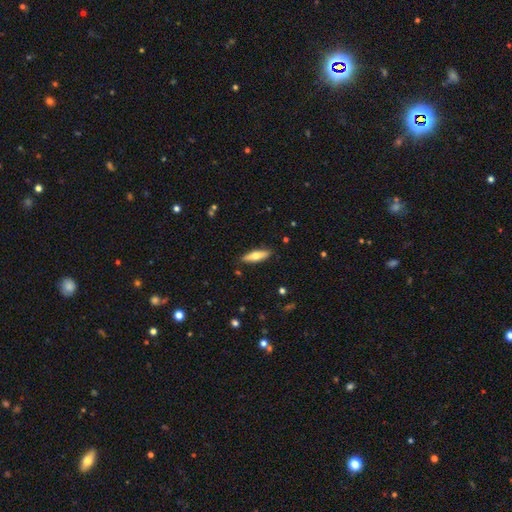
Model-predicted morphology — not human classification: Overall: smooth (63%; featured or disk 31%). How rounded: cigar-shaped (58%; in between 40%). Merging: none (88%).